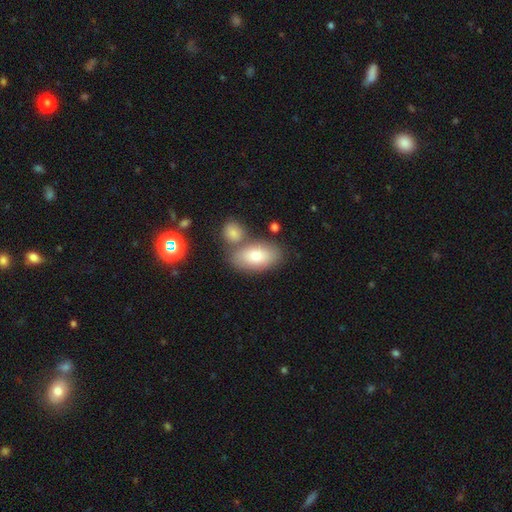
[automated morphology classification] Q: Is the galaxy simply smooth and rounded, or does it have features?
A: smooth — 76%.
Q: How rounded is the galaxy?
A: in between — 92%.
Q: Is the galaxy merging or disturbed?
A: none — 61%.